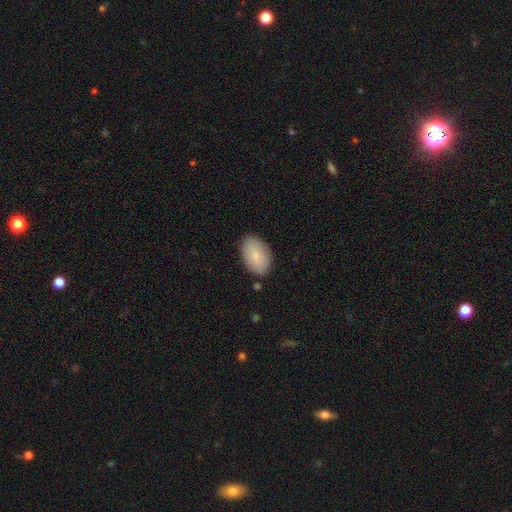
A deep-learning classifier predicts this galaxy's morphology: This appears to be a smooth galaxy with no disk features (84%) that is in between round and cigar-shaped (92%). Merging: none (85%).